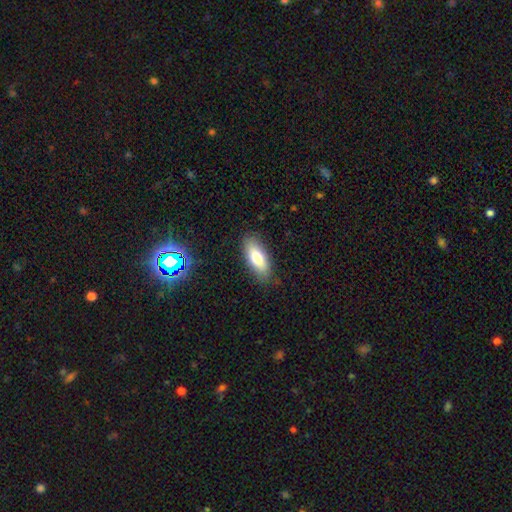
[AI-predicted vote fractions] Morphology: type=smooth (76%); roundness=in between (77%); merging=none (86%).